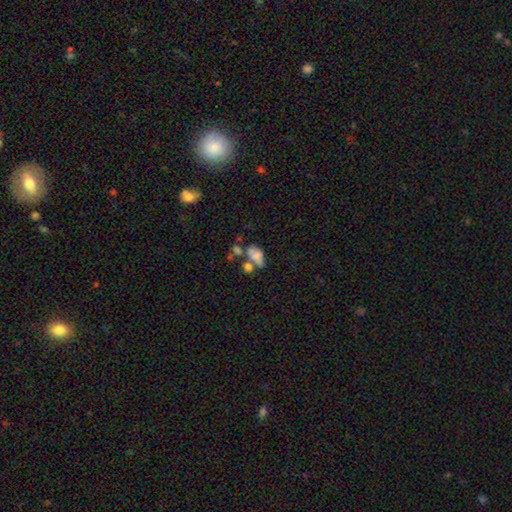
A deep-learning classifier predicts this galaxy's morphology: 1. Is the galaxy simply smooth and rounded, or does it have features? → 63% smooth, 26% featured or disk, 12% star or artifact.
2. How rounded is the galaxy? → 84% in between, 14% round, 2% cigar-shaped.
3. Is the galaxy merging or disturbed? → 47% merger, 21% none, 16% major disturbance, 15% minor disturbance.